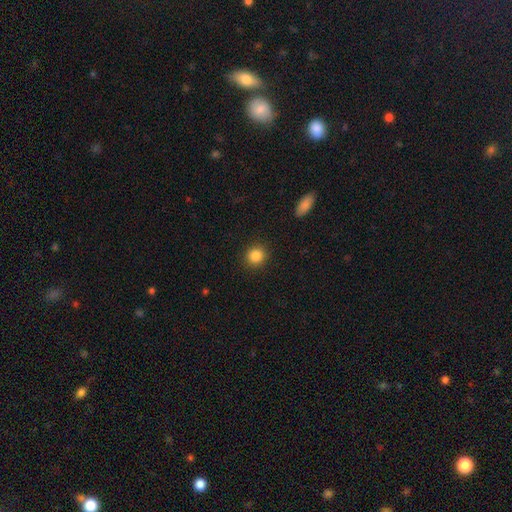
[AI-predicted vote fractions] smooth-or-featured: smooth: 86% | star or artifact: 10% | featured or disk: 4%
  how-rounded: round: 88% | in between: 11% | cigar-shaped: 1%
  merging: none: 90% | minor disturbance: 6% | major disturbance: 2% | merger: 1%